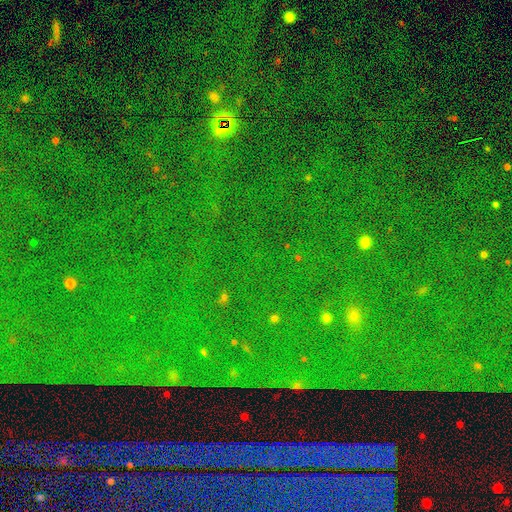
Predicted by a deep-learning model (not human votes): star or artifact 86%, smooth 8%, featured or disk 7%.